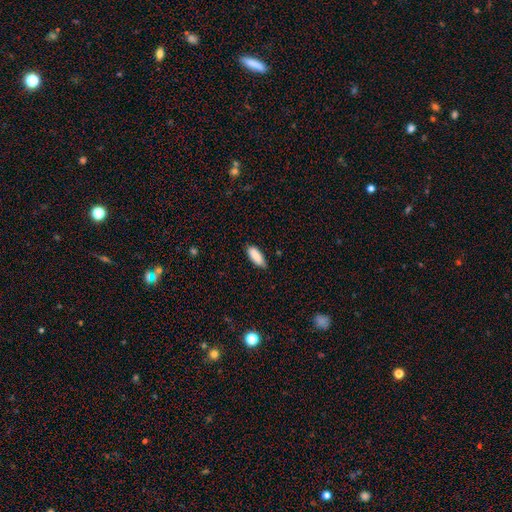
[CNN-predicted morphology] The model was most divided on "how rounded": in between: 75%, cigar-shaped: 23%, round: 2%. More confident: smooth or featured — smooth (88%); merging — none (78%).